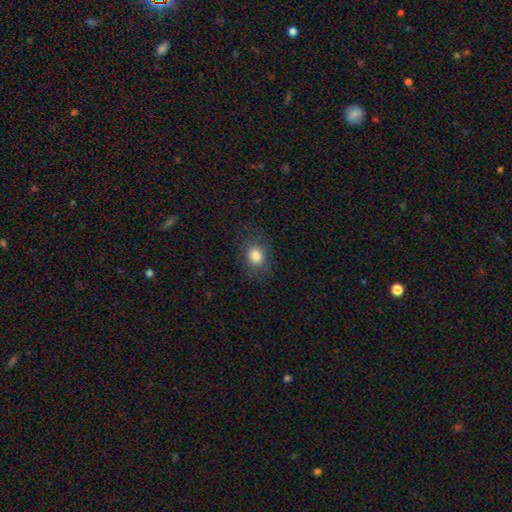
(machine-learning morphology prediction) This appears to be a smooth galaxy with no disk features (82%) that is in between round and cigar-shaped (52%). Merging: none (80%).